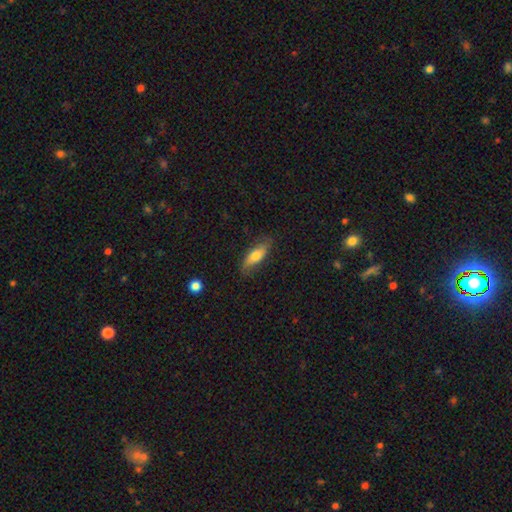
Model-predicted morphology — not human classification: This is likely a smooth galaxy (65%). How rounded: likely in between (64%). Merging: likely none (78%).